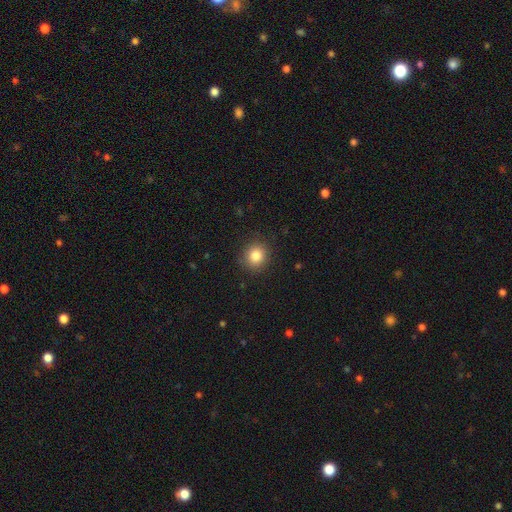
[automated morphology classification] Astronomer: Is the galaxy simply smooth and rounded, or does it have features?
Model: smooth — 84%.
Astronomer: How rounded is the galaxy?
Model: round — 87%.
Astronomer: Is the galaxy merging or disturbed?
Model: none — 88%.